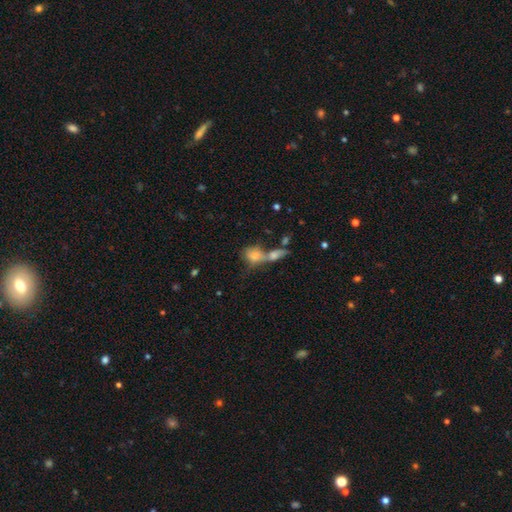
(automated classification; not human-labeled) A smooth galaxy with no disk features (71%) that is in between round and cigar-shaped (60%). Merging: merger (61%).